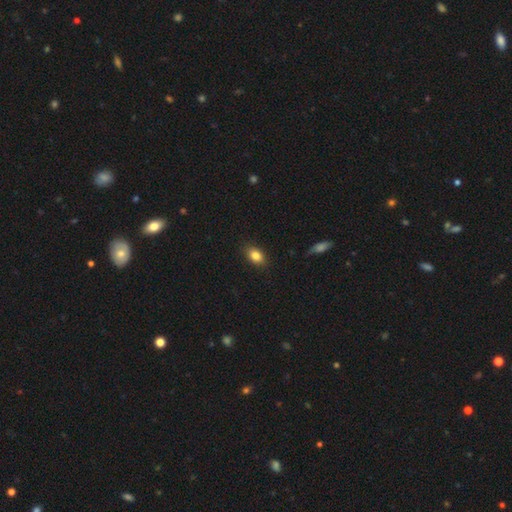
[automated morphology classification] This is clearly a smooth galaxy (84%). How rounded: clearly in between (82%). Merging: clearly none (87%).